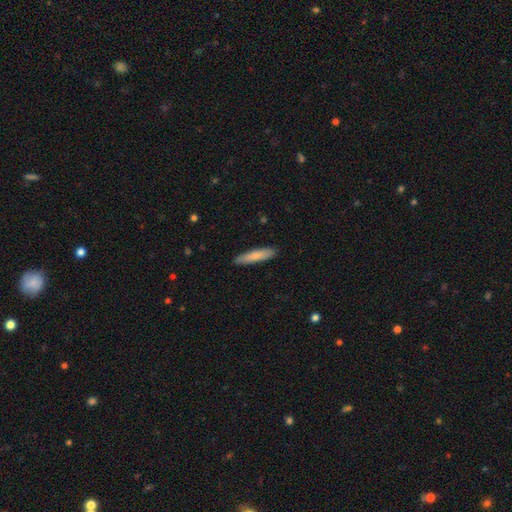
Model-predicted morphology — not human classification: Smooth or featured?
  - smooth: 78% *
  - featured or disk: 16%
  - star or artifact: 5%
How rounded?
  - cigar-shaped: 85% *
  - in between: 13%
  - round: 1%
Merging?
  - none: 89% *
  - minor disturbance: 8%
  - major disturbance: 2%
  - merger: 1%